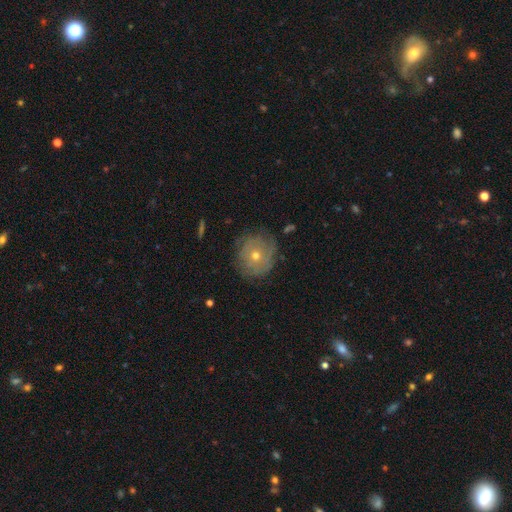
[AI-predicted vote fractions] Overall: featured or disk (49%; smooth 40%). Merging: none (75%).